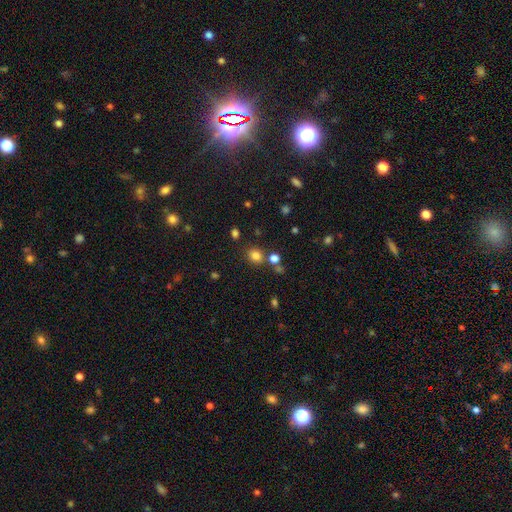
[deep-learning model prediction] This appears to be a smooth galaxy with no disk features (79%) that is round (75%). Merging: none (77%).